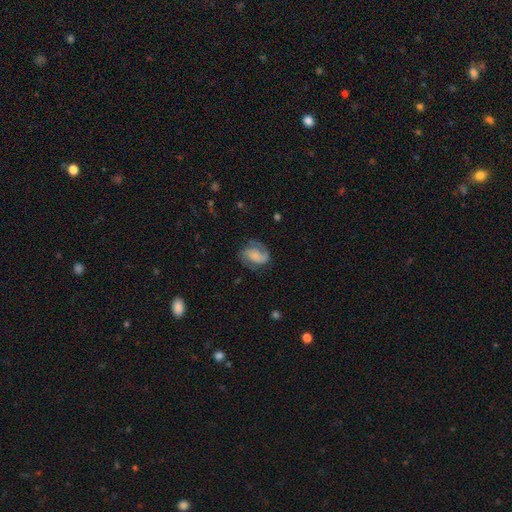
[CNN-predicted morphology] The model was most divided on "bulge size": none: 37%, small: 24%, moderate: 19%, large: 17%, dominant: 4%. Remaining: edge-on disk — no (98%); spiral arms — yes (94%); spiral arm count — 2 (79%); smooth or featured — featured or disk (71%); merging — none (68%); bar — no (57%); spiral winding — medium (48%).